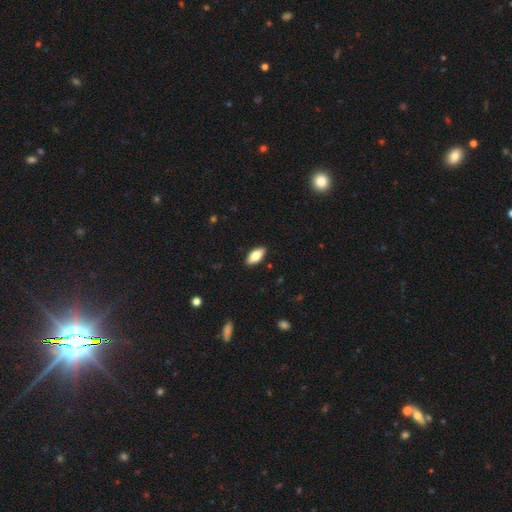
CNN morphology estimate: Smooth or featured?
  - smooth: 77% *
  - featured or disk: 16%
  - star or artifact: 6%
How rounded?
  - in between: 87% *
  - cigar-shaped: 10%
  - round: 2%
Merging?
  - none: 89% *
  - minor disturbance: 8%
  - major disturbance: 2%
  - merger: 1%